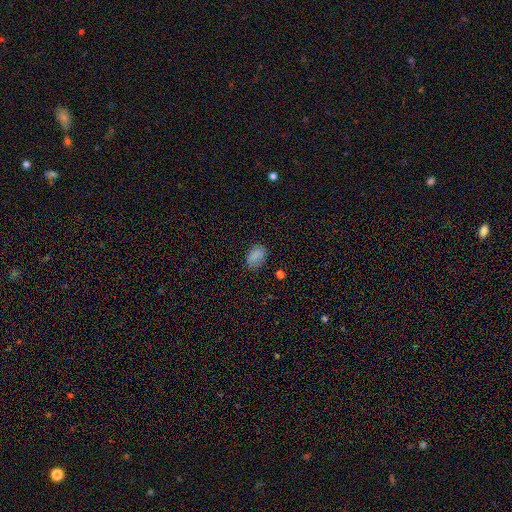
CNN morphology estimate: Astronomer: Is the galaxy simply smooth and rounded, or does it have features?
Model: smooth — 83%.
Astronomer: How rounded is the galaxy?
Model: in between — 82%.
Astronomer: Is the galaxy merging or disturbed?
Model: none — 80%.